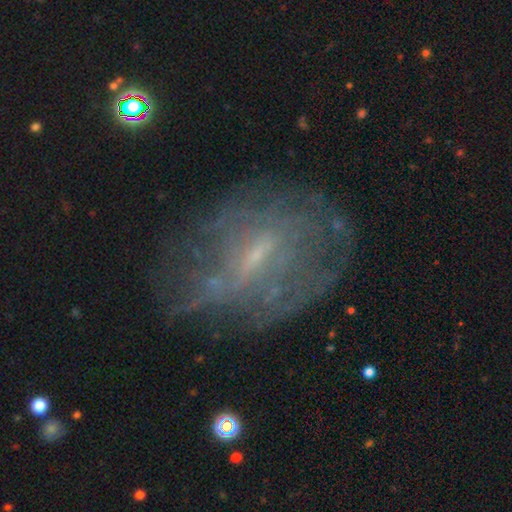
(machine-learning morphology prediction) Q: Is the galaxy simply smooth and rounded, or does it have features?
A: featured or disk — 68%.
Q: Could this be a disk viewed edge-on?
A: no — 93%.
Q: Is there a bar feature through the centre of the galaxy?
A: weak — 53%.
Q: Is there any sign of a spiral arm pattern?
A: yes — 56%.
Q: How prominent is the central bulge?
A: small — 65%.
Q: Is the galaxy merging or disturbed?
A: none — 59%.